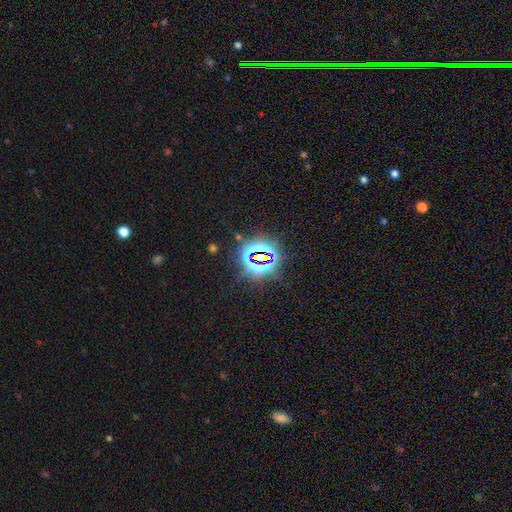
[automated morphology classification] This appears to be a star or artifact, not a galaxy (80%).